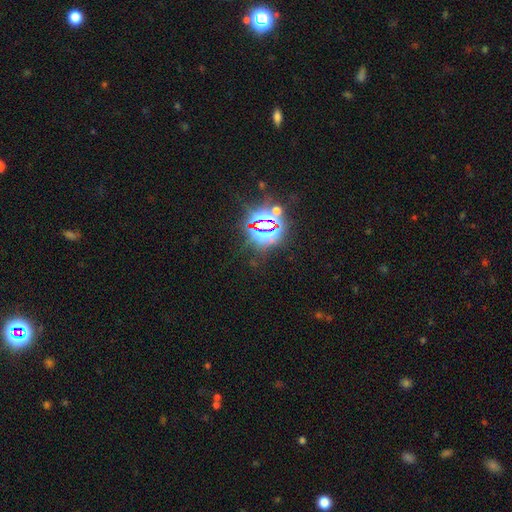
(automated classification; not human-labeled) star or artifact 85%, smooth 9%, featured or disk 6%.